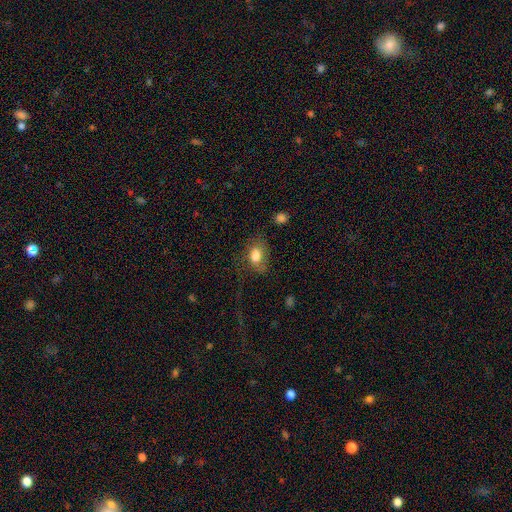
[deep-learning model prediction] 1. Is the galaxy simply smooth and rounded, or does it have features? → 77% smooth, 14% featured or disk, 9% star or artifact.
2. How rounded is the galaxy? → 82% in between, 16% round, 2% cigar-shaped.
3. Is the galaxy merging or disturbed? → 46% none, 25% minor disturbance, 25% major disturbance, 4% merger.